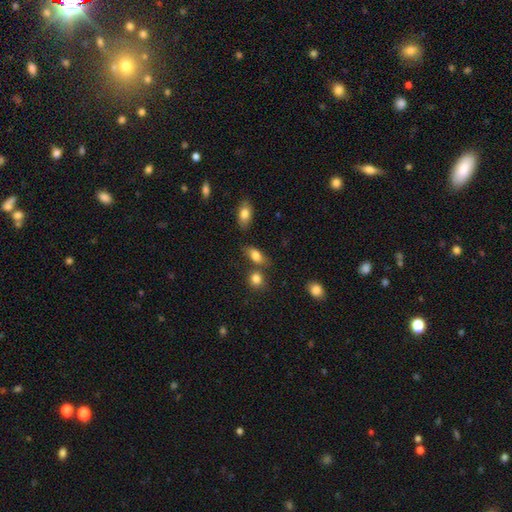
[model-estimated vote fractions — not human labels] Q: Smooth or featured?
A: smooth (81%); runner-up: featured or disk (11%)
Q: How rounded?
A: in between (80%); runner-up: round (12%)
Q: Merging?
A: none (61%); runner-up: merger (18%)